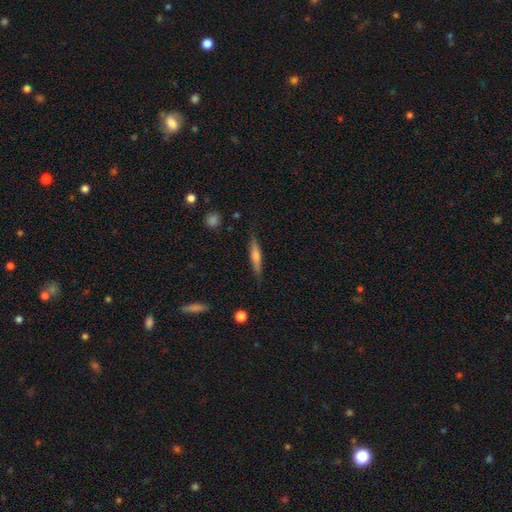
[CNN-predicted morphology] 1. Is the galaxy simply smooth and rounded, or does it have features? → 51% smooth, 43% featured or disk, 7% star or artifact.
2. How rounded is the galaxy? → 86% cigar-shaped, 12% in between, 2% round.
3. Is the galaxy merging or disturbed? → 84% none, 12% minor disturbance, 3% major disturbance, 1% merger.